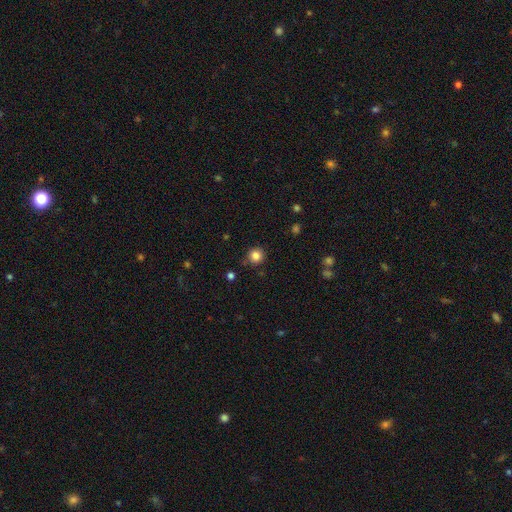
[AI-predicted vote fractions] A smooth galaxy with no disk features (83%) that is round (93%). Merging: none (88%).